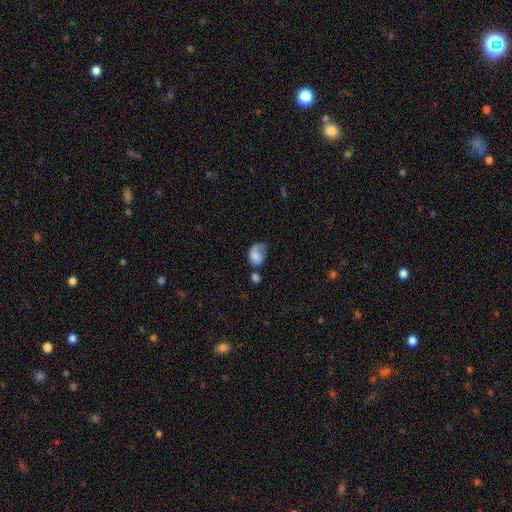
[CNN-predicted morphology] Smooth or featured? smooth (62%)
How rounded? in between (73%)
Merging? major disturbance (37%)